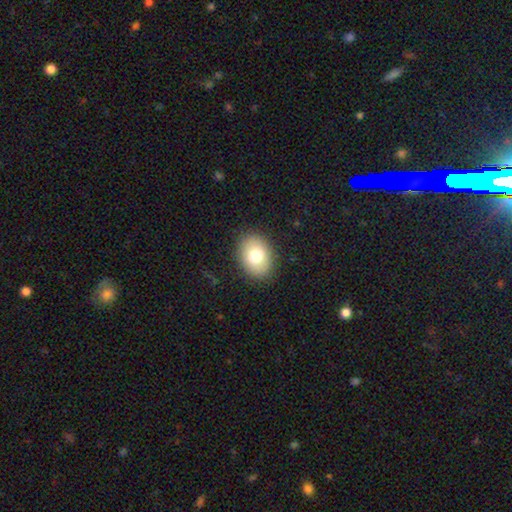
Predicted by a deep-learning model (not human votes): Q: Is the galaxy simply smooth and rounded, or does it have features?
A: smooth — 78%.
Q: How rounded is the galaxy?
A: in between — 71%.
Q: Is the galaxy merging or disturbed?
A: none — 88%.